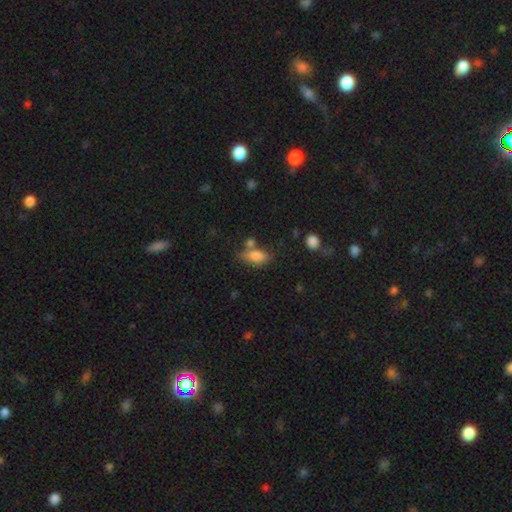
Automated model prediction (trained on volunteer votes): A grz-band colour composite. It shows a smooth galaxy with no disk features (81%) that is in between round and cigar-shaped (86%). Merging: none (58%).